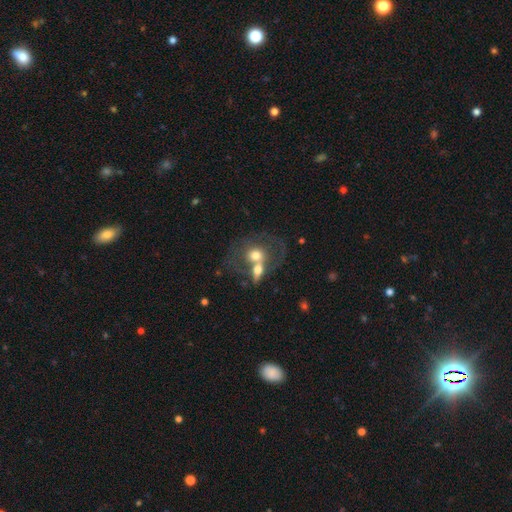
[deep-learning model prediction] Overall: smooth (51%; featured or disk 40%). How rounded: round (52%; in between 45%). Merging: merger (67%).